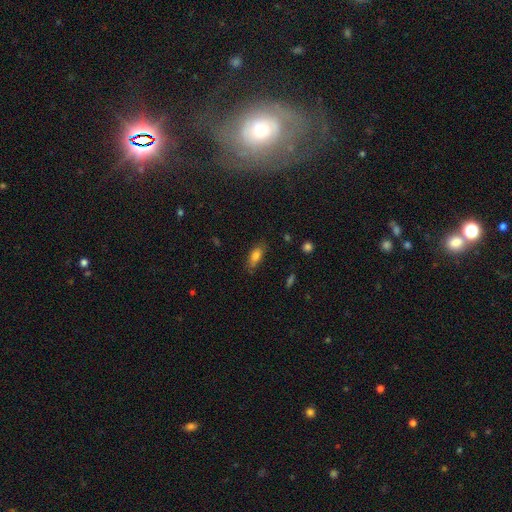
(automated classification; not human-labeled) Morphology: type=smooth (78%); roundness=in between (78%); merging=none (74%).